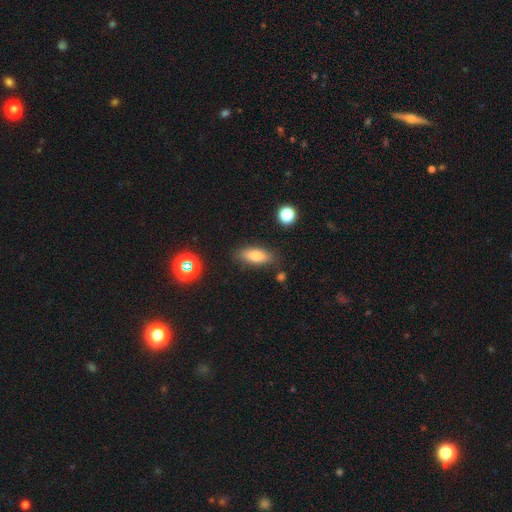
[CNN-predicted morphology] A smooth galaxy with no disk features (77%) that is in between round and cigar-shaped (73%).

Vote fractions:
- Smooth or featured? smooth: 77% / featured or disk: 14% / star or artifact: 9%
- How rounded? in between: 73% / cigar-shaped: 24% / round: 3%
- Merging? none: 82% / minor disturbance: 12% / major disturbance: 3% / merger: 3%